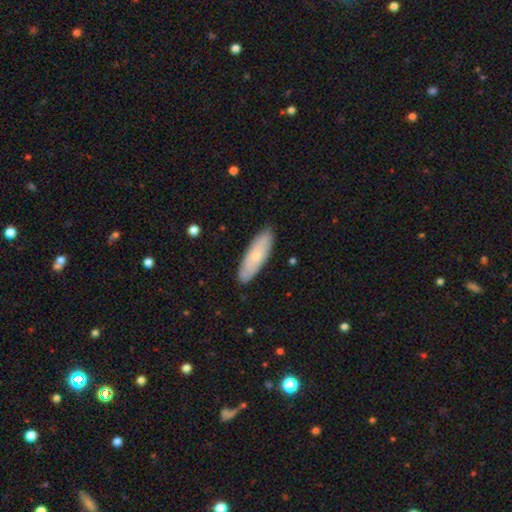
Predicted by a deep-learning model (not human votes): smooth-or-featured: smooth: 65% | featured or disk: 30% | star or artifact: 6%
  how-rounded: in between: 54% | cigar-shaped: 44% | round: 2%
  merging: none: 86% | minor disturbance: 11% | major disturbance: 2% | merger: 1%